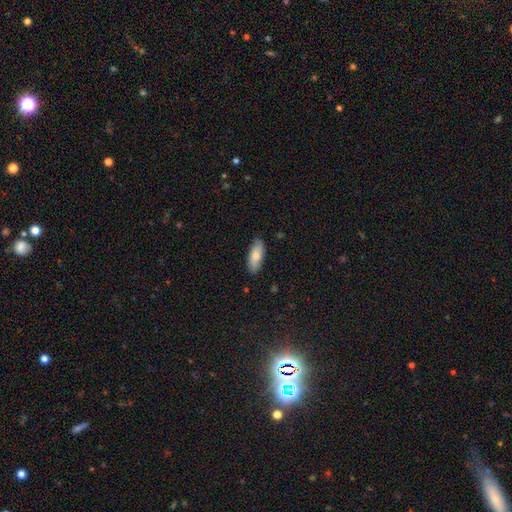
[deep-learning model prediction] Smooth or featured? Predicted: smooth (p=0.79). How rounded? Predicted: in between (p=0.76). Merging? Predicted: none (p=0.85).